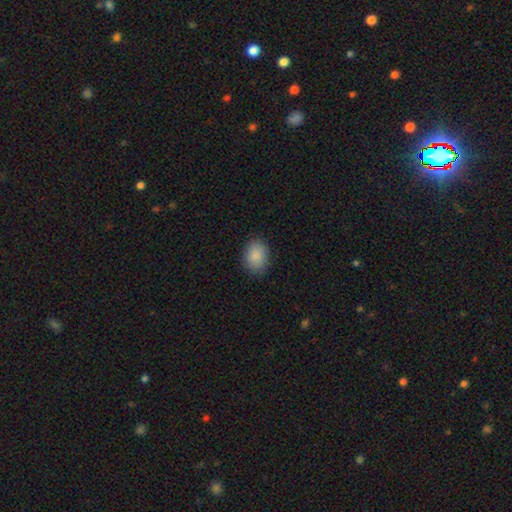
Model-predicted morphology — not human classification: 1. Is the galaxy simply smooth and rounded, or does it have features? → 89% smooth, 7% star or artifact, 4% featured or disk.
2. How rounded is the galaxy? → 68% in between, 31% round, 1% cigar-shaped.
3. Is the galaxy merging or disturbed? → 86% none, 10% minor disturbance, 3% major disturbance, 1% merger.